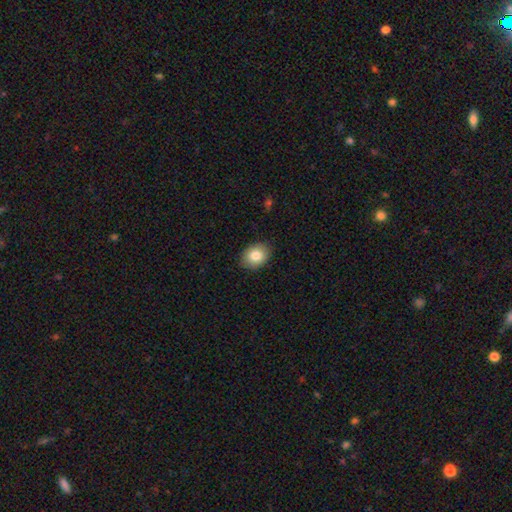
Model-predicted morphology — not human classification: smooth_or_featured: smooth (p=0.83) [alt: featured or disk p=0.09]
how_rounded: in between (p=0.67) [alt: round p=0.33]
merging: none (p=0.88) [alt: minor disturbance p=0.09]